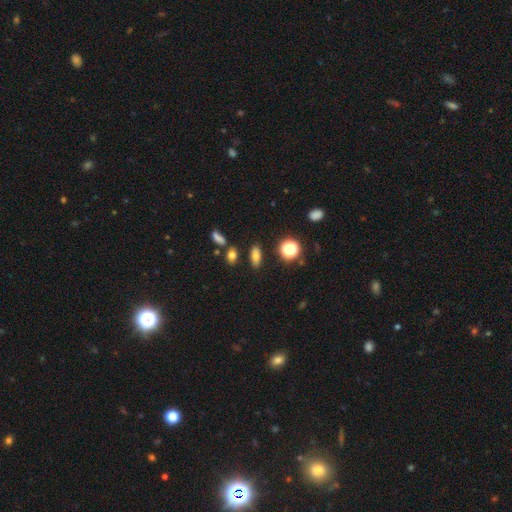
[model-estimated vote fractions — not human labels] This appears to be a smooth galaxy with no disk features (72%) that is in between round and cigar-shaped (71%). Merging: none (84%).